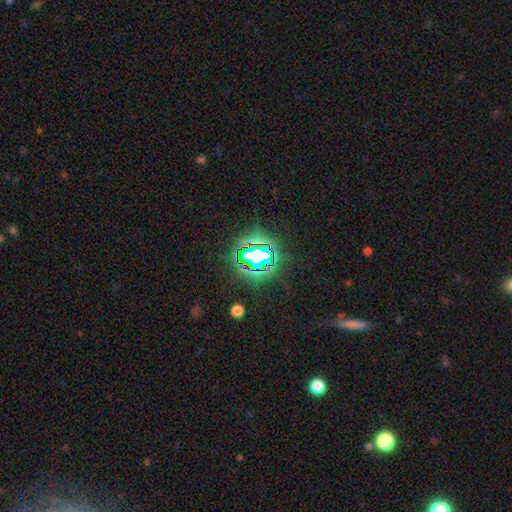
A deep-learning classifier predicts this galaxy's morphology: Q: Smooth or featured?
A: star or artifact (71%); runner-up: smooth (17%)